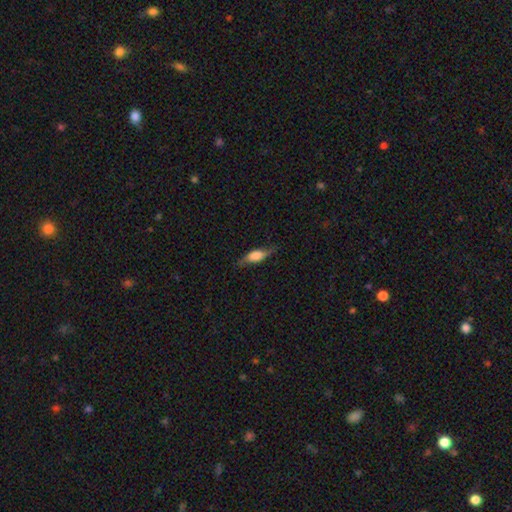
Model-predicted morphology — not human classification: Smooth or featured: smooth — 54% (featured or disk — 38%)
How rounded: in between — 61% (cigar-shaped — 35%)
Merging: none — 72% (minor disturbance — 21%)